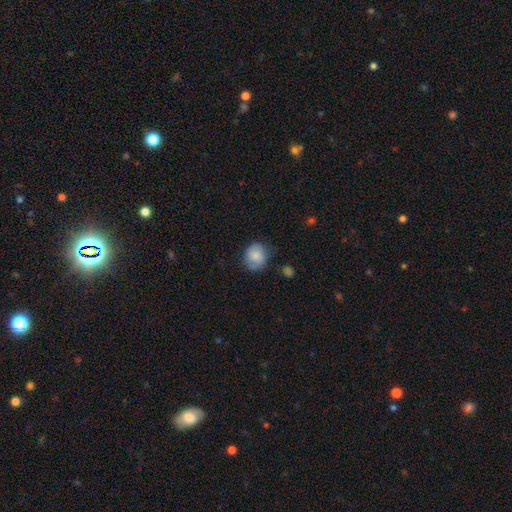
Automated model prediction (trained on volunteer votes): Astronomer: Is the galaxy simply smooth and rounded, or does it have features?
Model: smooth — 80%.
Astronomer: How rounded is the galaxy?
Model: round — 75%.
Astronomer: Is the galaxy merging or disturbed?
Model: none — 68%.